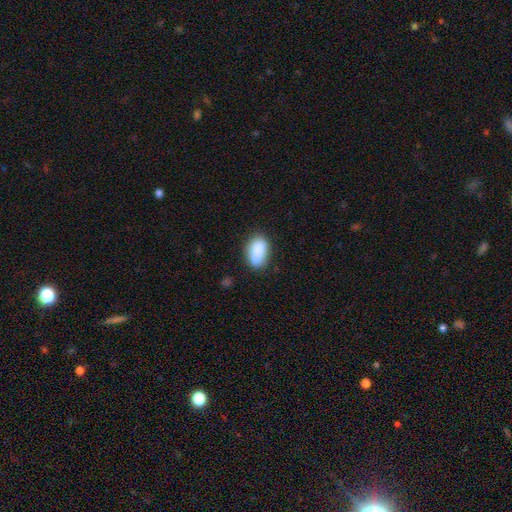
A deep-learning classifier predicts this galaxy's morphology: smooth 83%, featured or disk 9%, star or artifact 8%. Down the decision tree: how rounded — in between (88%); merging — none (71%).